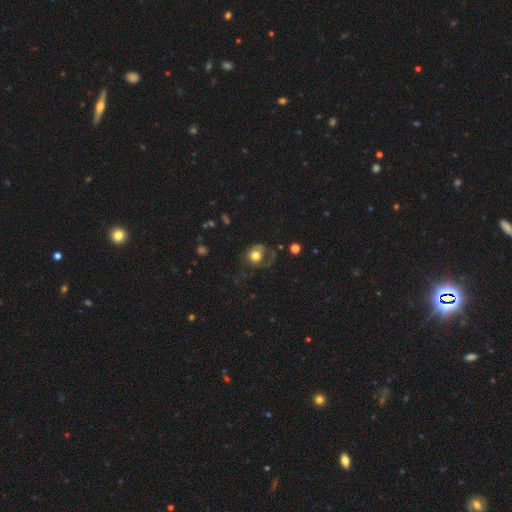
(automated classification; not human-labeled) smooth-or-featured: smooth: 67% | featured or disk: 23% | star or artifact: 10%
  how-rounded: round: 74% | in between: 25% | cigar-shaped: 1%
  merging: major disturbance: 38% | none: 37% | minor disturbance: 22% | merger: 3%